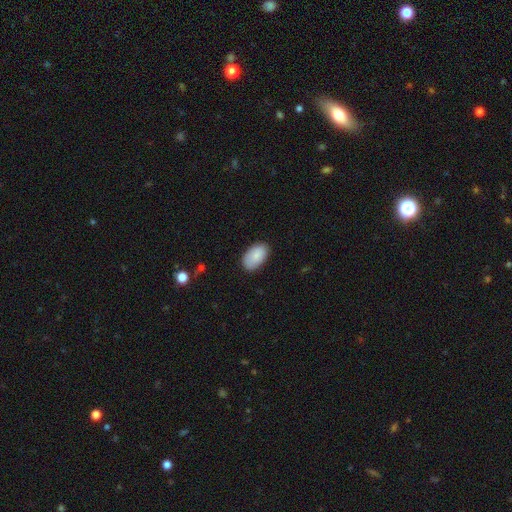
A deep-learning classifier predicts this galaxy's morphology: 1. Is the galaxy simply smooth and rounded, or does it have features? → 85% smooth, 9% featured or disk, 7% star or artifact.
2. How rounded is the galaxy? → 94% in between, 5% round, 1% cigar-shaped.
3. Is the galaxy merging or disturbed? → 82% none, 15% minor disturbance, 3% major disturbance, 1% merger.